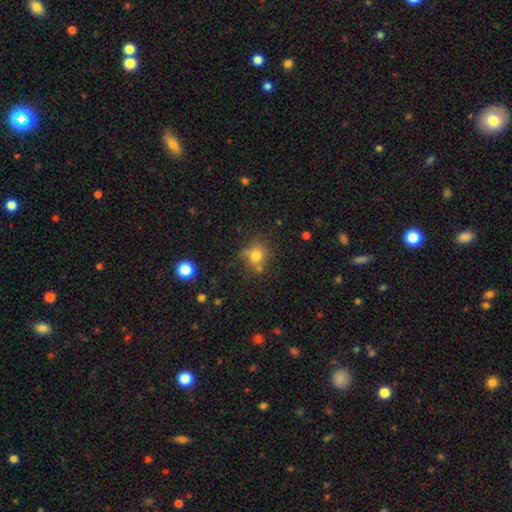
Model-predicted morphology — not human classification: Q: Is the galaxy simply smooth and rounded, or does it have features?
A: smooth — 74%.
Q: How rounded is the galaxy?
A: round — 79%.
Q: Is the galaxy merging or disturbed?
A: none — 63%.